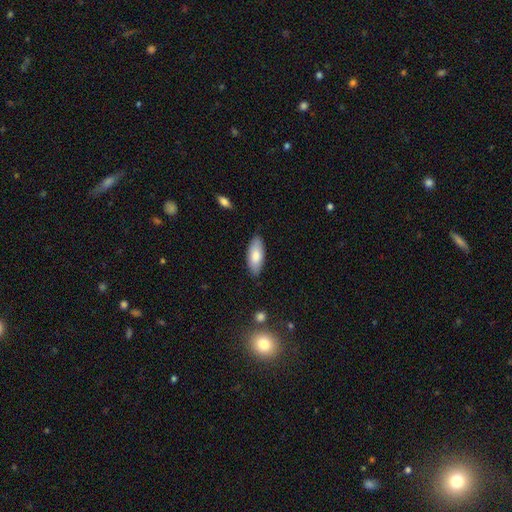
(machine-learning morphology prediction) Overall: smooth (79%). How rounded: in between (84%). Merging: none (83%).